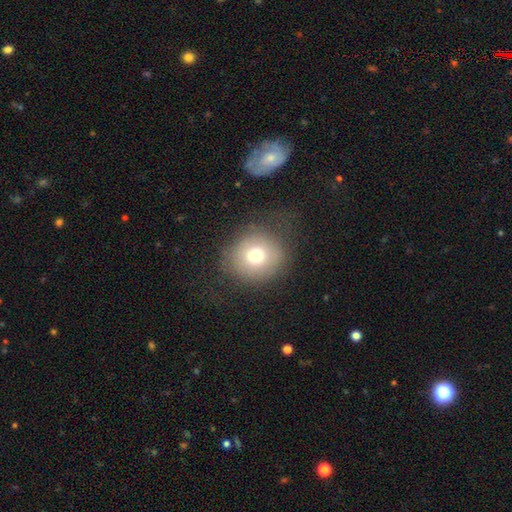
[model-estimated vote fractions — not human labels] smooth 72%, featured or disk 14%, star or artifact 14%. Down the decision tree: how rounded — round (89%); merging — none (73%).